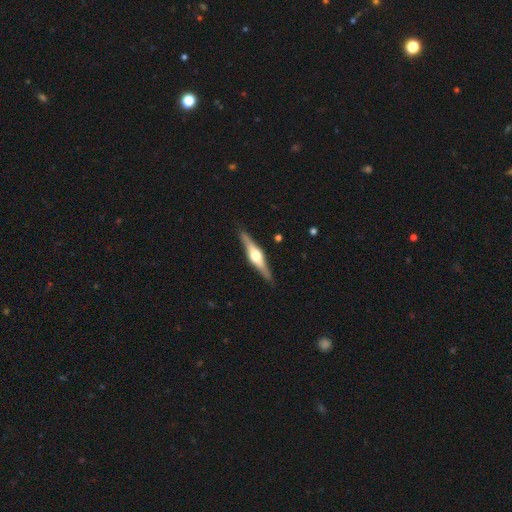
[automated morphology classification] smooth_or_featured: featured or disk (p=0.76) [alt: smooth p=0.19]
disk_edge_on: yes (p=0.97) [alt: no p=0.03]
edge_on_bulge: rounded (p=0.92) [alt: boxy p=0.06]
merging: none (p=0.89) [alt: minor disturbance p=0.08]